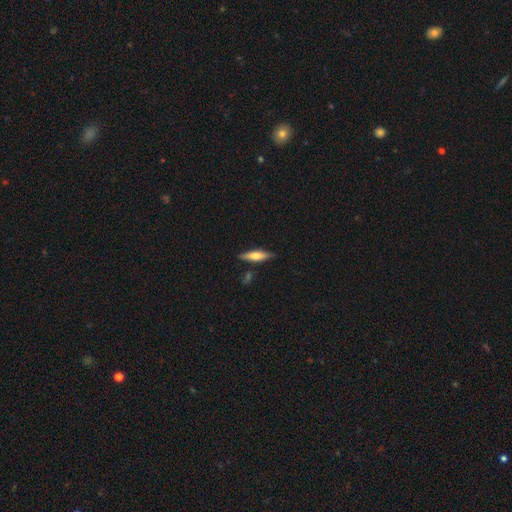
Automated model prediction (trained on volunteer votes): Overall: smooth (53%; featured or disk 42%). How rounded: cigar-shaped (72%). Merging: none (83%).